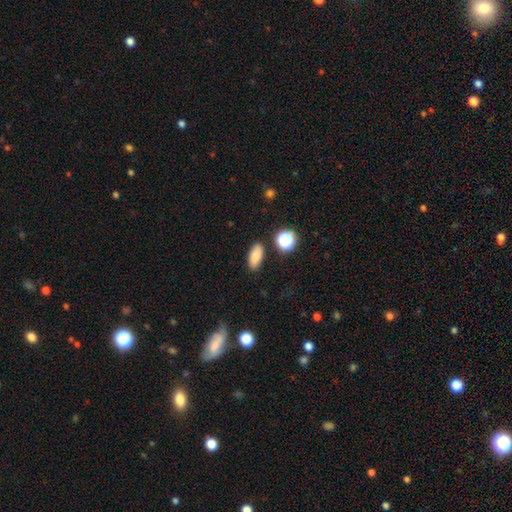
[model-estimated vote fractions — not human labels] A smooth galaxy with no disk features (82%) that is in between round and cigar-shaped (84%).

Vote fractions:
- Smooth or featured? smooth: 82% / star or artifact: 11% / featured or disk: 8%
- How rounded? in between: 84% / cigar-shaped: 10% / round: 7%
- Merging? none: 85% / minor disturbance: 10% / merger: 3% / major disturbance: 3%